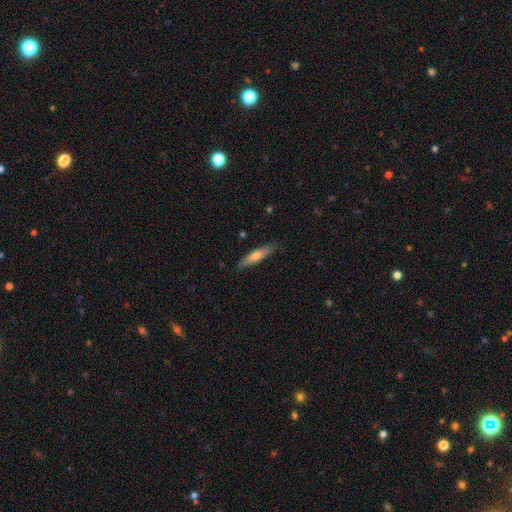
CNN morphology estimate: Smooth or featured? smooth (59%)
How rounded? cigar-shaped (84%)
Merging? none (84%)